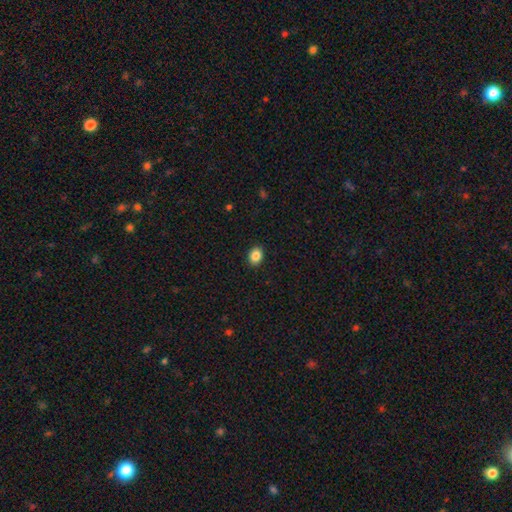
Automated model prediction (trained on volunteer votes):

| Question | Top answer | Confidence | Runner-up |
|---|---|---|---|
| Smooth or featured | smooth | 87% | star or artifact (9%) |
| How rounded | in between | 63% | round (36%) |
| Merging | none | 91% | minor disturbance (7%) |